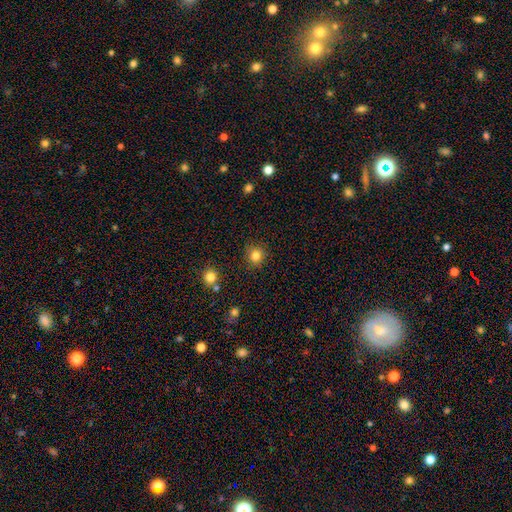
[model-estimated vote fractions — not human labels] smooth_or_featured: smooth (p=0.83) [alt: star or artifact p=0.12]
how_rounded: round (p=0.92) [alt: in between p=0.07]
merging: none (p=0.88) [alt: minor disturbance p=0.08]